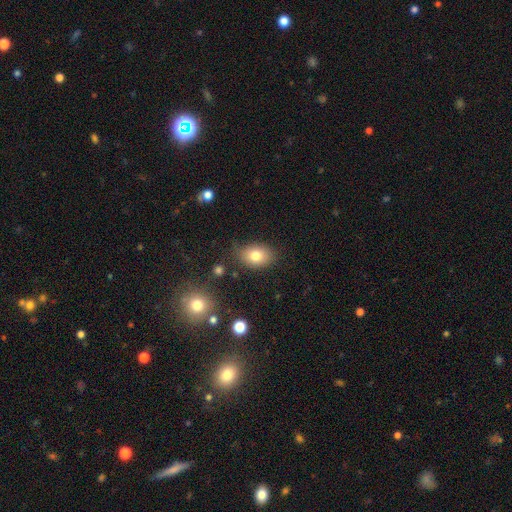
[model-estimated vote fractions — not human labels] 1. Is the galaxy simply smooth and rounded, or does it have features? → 79% smooth, 11% featured or disk, 10% star or artifact.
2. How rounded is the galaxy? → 78% in between, 21% round, 1% cigar-shaped.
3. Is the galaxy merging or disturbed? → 77% none, 17% minor disturbance, 4% major disturbance, 2% merger.